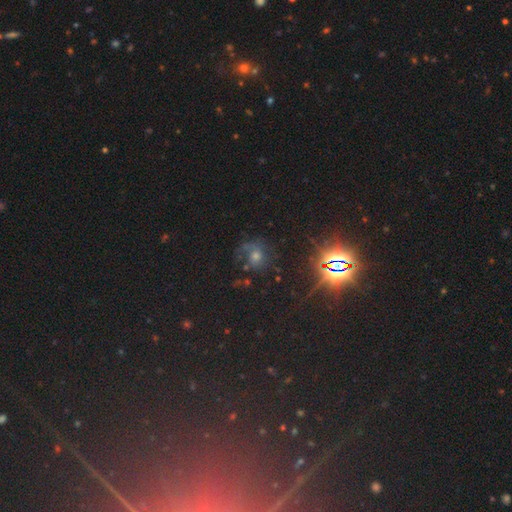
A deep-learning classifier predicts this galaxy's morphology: A star or artifact, not a galaxy (45%).

Vote fractions:
- Smooth or featured? star or artifact: 45% / featured or disk: 28% / smooth: 27%